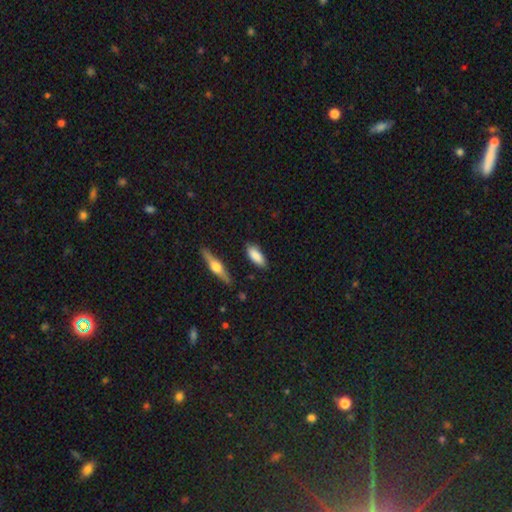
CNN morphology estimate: Q: Smooth or featured?
A: smooth (82%); runner-up: featured or disk (12%)
Q: How rounded?
A: in between (74%); runner-up: cigar-shaped (24%)
Q: Merging?
A: none (82%); runner-up: minor disturbance (13%)